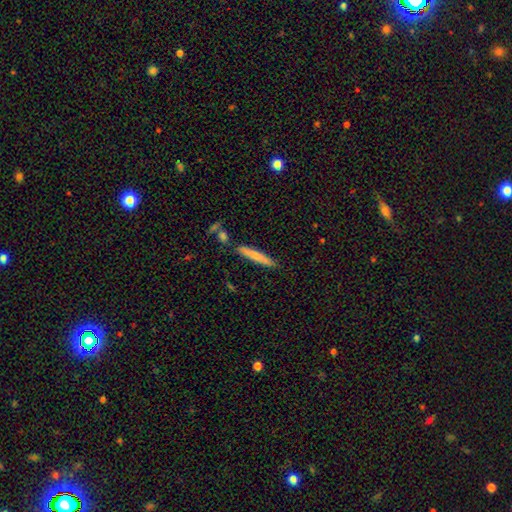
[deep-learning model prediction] Smooth or featured?
  - smooth: 71% *
  - featured or disk: 22%
  - star or artifact: 6%
How rounded?
  - cigar-shaped: 93% *
  - in between: 5%
  - round: 1%
Merging?
  - none: 84% *
  - minor disturbance: 10%
  - merger: 4%
  - major disturbance: 2%